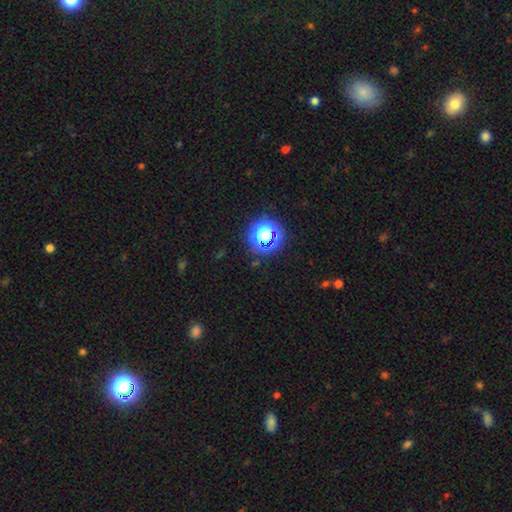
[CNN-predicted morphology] A star or artifact, not a galaxy (74%).

Vote fractions:
- Smooth or featured? star or artifact: 74% / smooth: 19% / featured or disk: 7%